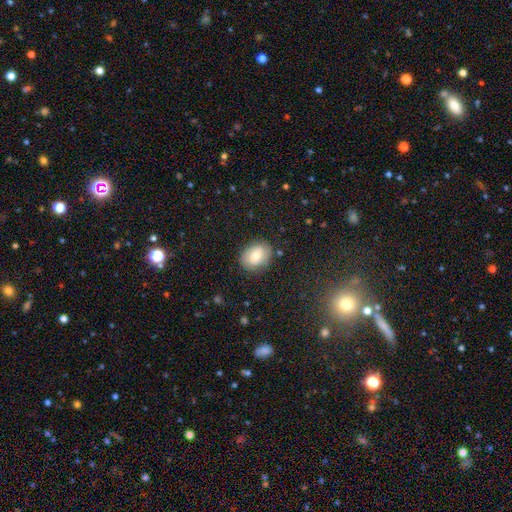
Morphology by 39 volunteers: This is likely a smooth galaxy (72%). How rounded: possibly round (57%). Merging: clearly none (89%).